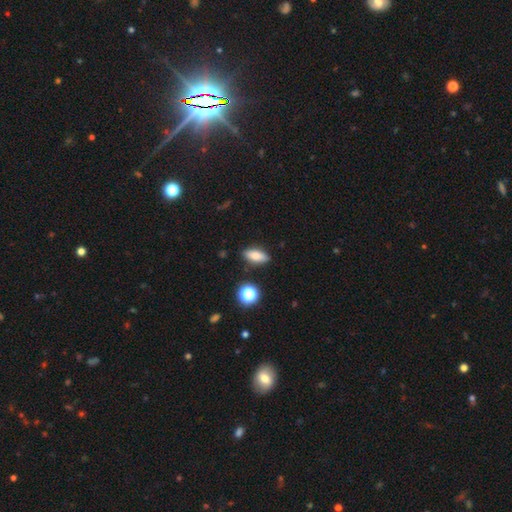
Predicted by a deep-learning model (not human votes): Smooth or featured: smooth — 78% (featured or disk — 12%)
How rounded: in between — 74% (cigar-shaped — 20%)
Merging: none — 86% (minor disturbance — 10%)